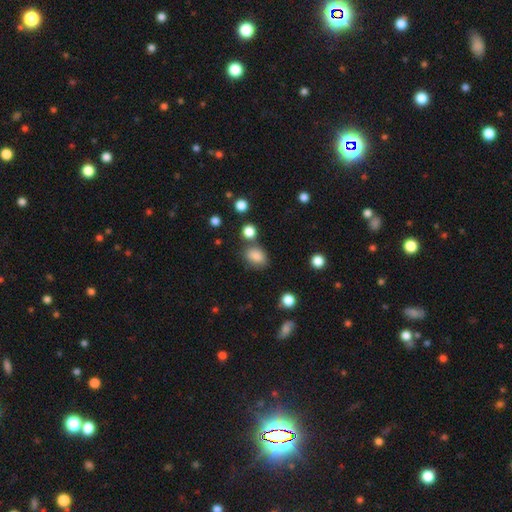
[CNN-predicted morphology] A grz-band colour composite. It shows a smooth galaxy with no disk features (83%) that is in between round and cigar-shaped (70%). Merging: none (68%).